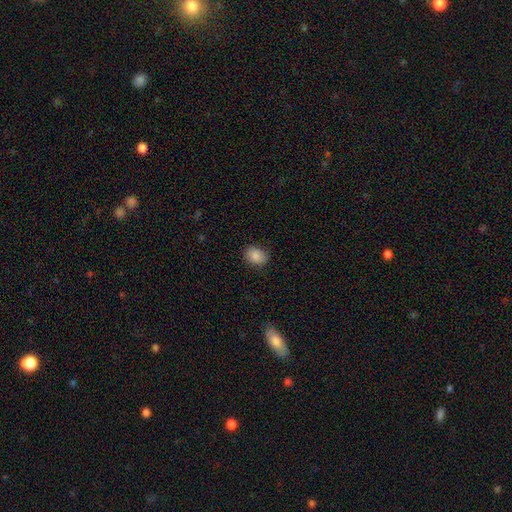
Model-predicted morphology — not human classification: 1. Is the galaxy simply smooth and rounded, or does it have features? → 87% smooth, 8% star or artifact, 5% featured or disk.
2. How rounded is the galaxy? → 60% in between, 39% round, 1% cigar-shaped.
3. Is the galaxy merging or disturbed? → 83% none, 13% minor disturbance, 3% major disturbance, 1% merger.